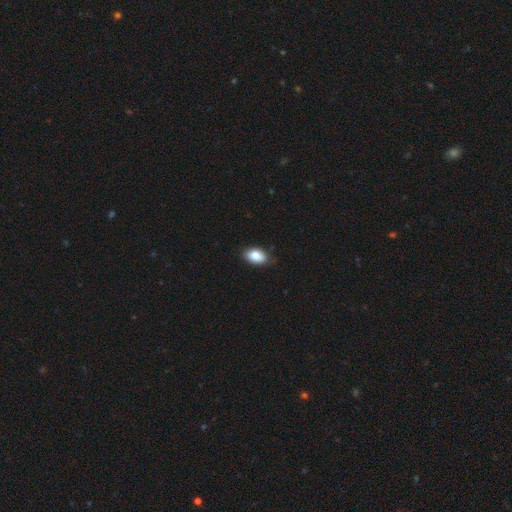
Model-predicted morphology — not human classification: A smooth galaxy with no disk features (87%) that is in between round and cigar-shaped (91%).

Vote fractions:
- Smooth or featured? smooth: 87% / star or artifact: 7% / featured or disk: 6%
- How rounded? in between: 91% / round: 7% / cigar-shaped: 2%
- Merging? none: 81% / minor disturbance: 16% / major disturbance: 2% / merger: 1%